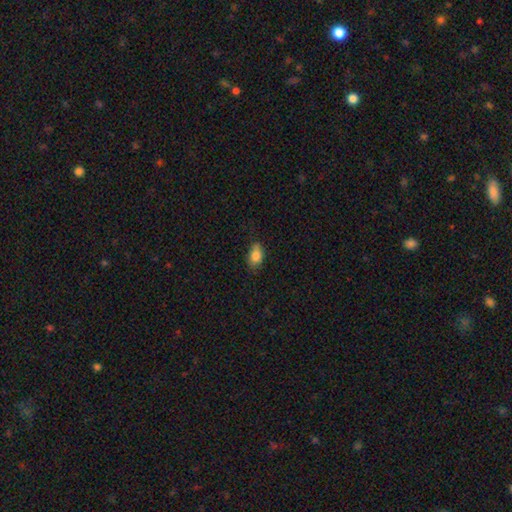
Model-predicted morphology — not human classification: type=smooth (84%); roundness=in between (85%); merging=none (67%).